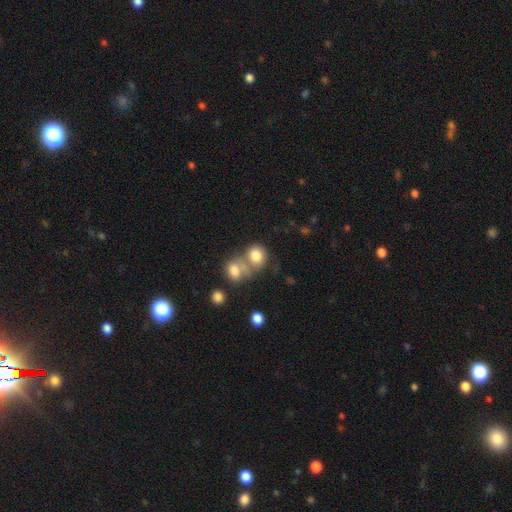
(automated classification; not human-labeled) This appears to be a smooth galaxy with no disk features (79%) that is round (63%). Merging: merger (50%).